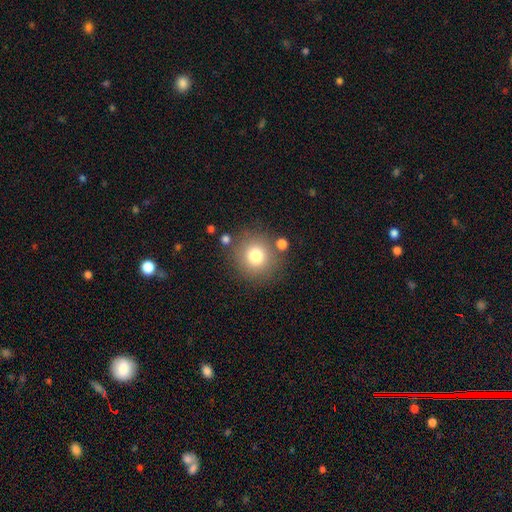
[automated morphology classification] smooth 77%, star or artifact 12%, featured or disk 11%. Down the decision tree: how rounded — round (92%); merging — none (81%).